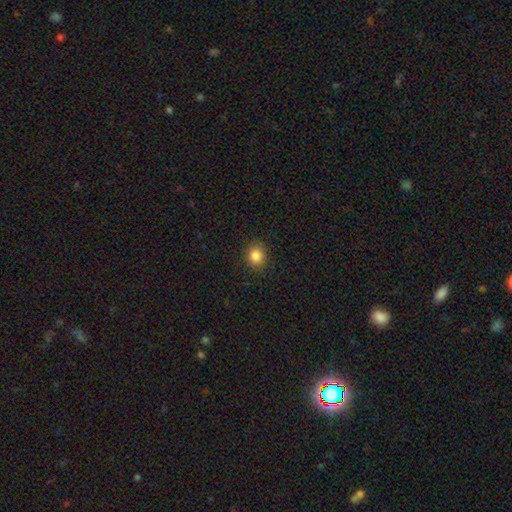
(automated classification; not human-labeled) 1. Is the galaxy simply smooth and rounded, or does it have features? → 86% smooth, 10% star or artifact, 4% featured or disk.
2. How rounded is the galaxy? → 76% round, 23% in between, 1% cigar-shaped.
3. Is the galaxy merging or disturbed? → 88% none, 9% minor disturbance, 2% major disturbance, 1% merger.